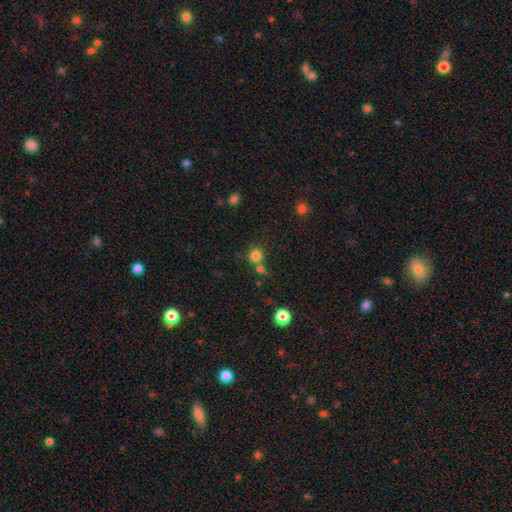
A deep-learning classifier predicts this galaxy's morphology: smooth 80%, star or artifact 14%, featured or disk 6%. Down the decision tree: how rounded — round (92%); merging — none (62%).